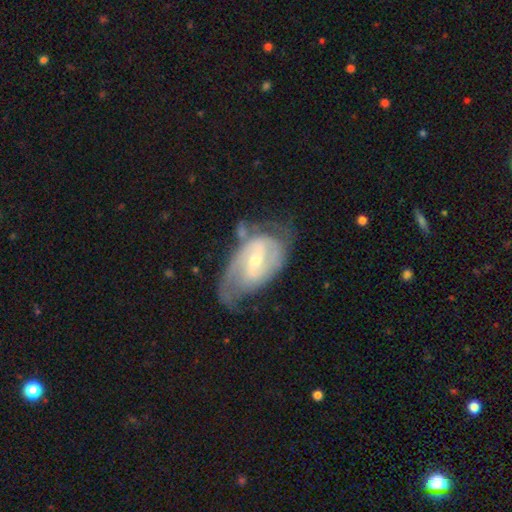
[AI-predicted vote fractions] Smooth or featured: featured or disk — 81% (smooth — 13%)
Edge-on disk: no — 95% (yes — 5%)
Bar: weak — 49% (no — 27%)
Spiral arms: yes — 91% (no — 9%)
Spiral winding: tight — 47% (medium — 39%)
Spiral arm count: 2 — 58% (can't tell — 23%)
Bulge size: small — 55% (moderate — 41%)
Merging: none — 52% (minor disturbance — 25%)